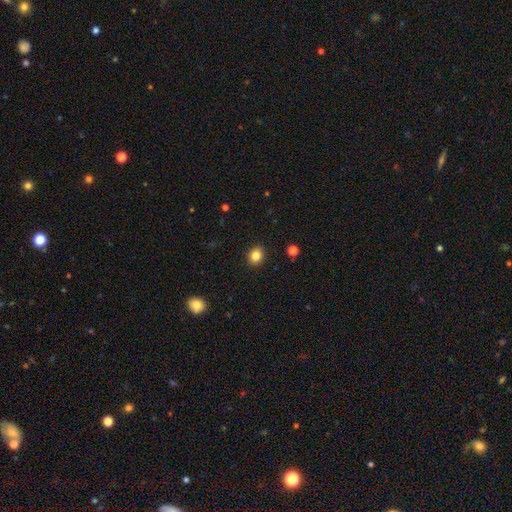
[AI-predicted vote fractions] Q: Smooth or featured?
A: smooth (83%); runner-up: star or artifact (11%)
Q: How rounded?
A: round (67%); runner-up: in between (32%)
Q: Merging?
A: none (91%); runner-up: minor disturbance (6%)